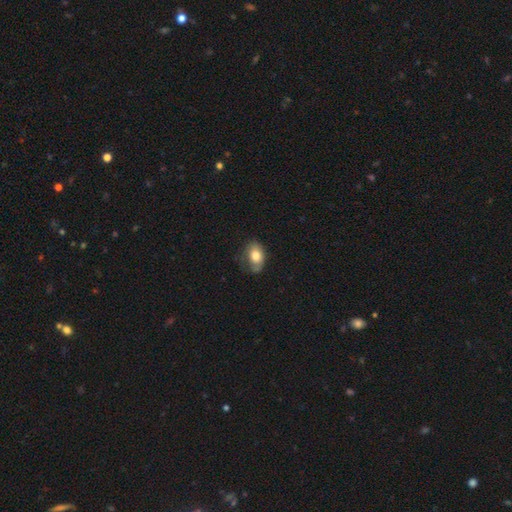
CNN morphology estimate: A smooth galaxy with no disk features (77%) that is in between round and cigar-shaped (85%). Merging: none (58%).